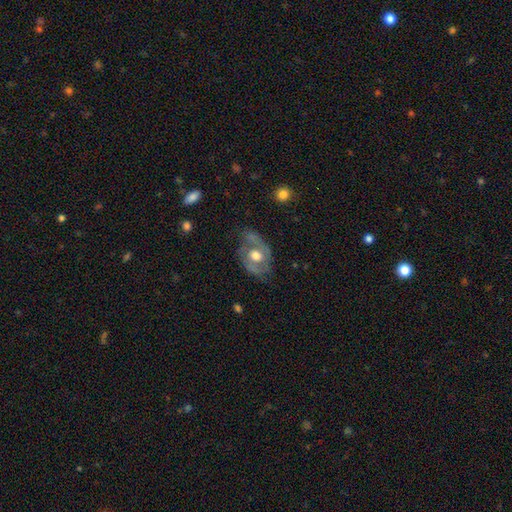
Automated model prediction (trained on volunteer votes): Smooth or featured? featured or disk (66%)
Edge-on disk? no (95%)
Bar? no (71%)
Spiral arms? yes (64%)
Bulge size? moderate (67%)
Merging? none (56%)